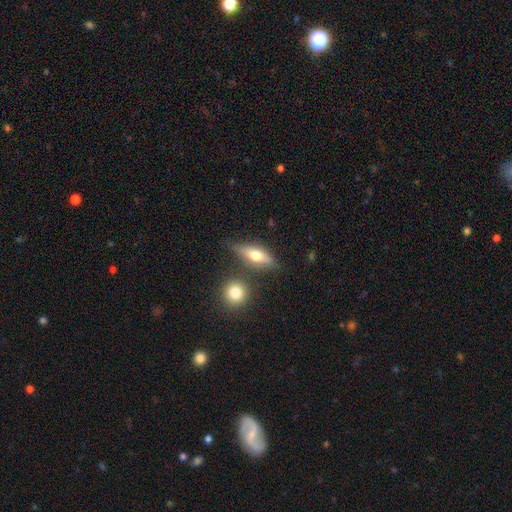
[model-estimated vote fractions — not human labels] This is possibly a smooth galaxy (55%). How rounded: possibly in between (59%). Merging: likely none (68%).